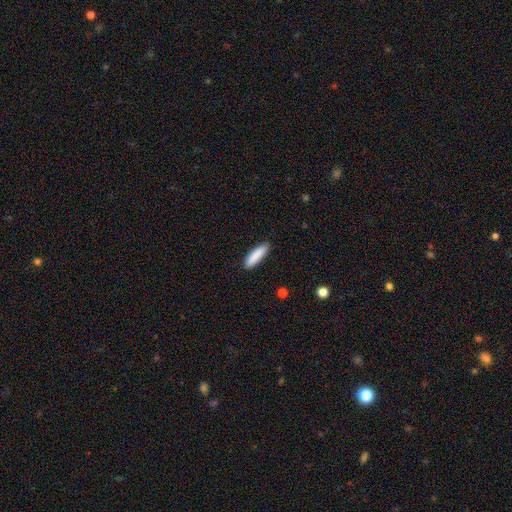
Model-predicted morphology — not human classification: Overall: smooth (89%). How rounded: cigar-shaped (61%; in between 38%). Merging: none (88%).